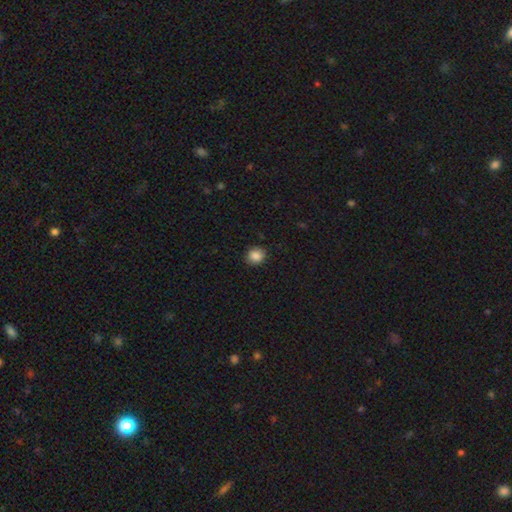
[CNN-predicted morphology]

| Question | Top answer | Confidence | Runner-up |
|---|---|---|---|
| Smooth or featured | smooth | 87% | star or artifact (10%) |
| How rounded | round | 82% | in between (18%) |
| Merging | none | 89% | minor disturbance (8%) |